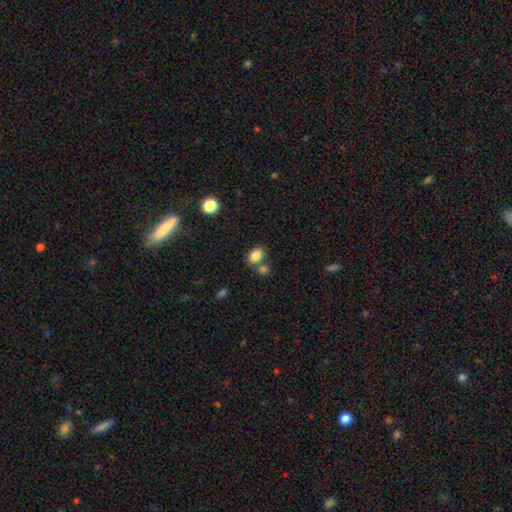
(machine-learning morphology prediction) This is clearly a smooth galaxy (84%). How rounded: likely in between (73%). Merging: likely none (61%).